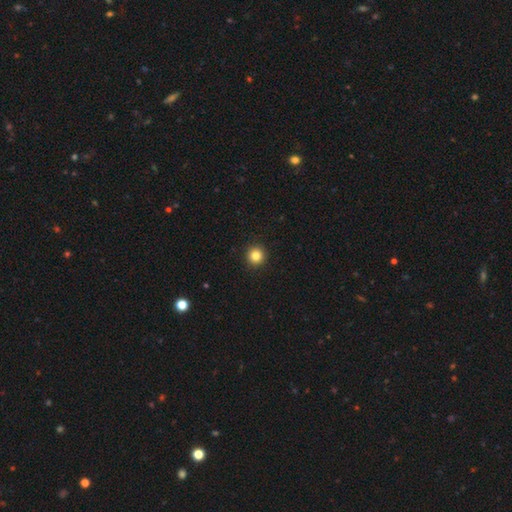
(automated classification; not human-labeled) This appears to be a smooth galaxy with no disk features (83%) that is round (96%). Merging: none (94%).